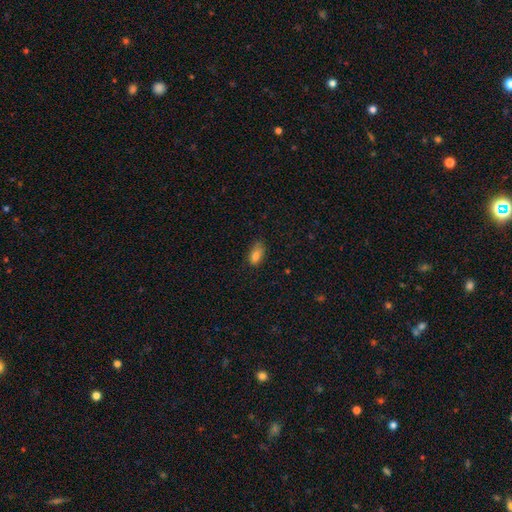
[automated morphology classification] smooth_or_featured: smooth (p=0.82) [alt: star or artifact p=0.09]
how_rounded: in between (p=0.88) [alt: cigar-shaped p=0.06]
merging: none (p=0.64) [alt: minor disturbance p=0.28]